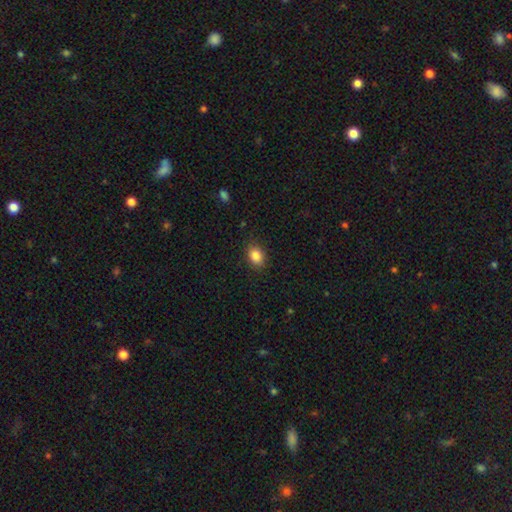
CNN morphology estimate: Overall: smooth (86%). How rounded: in between (68%; round 31%). Merging: none (87%).